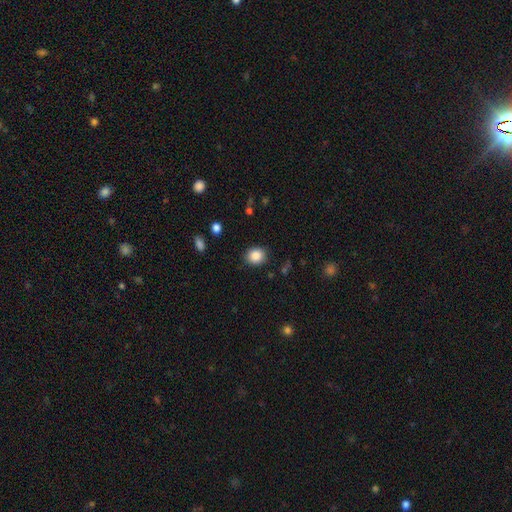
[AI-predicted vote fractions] smooth 87%, star or artifact 9%, featured or disk 4%. Down the decision tree: how rounded — round (67%); merging — none (87%).